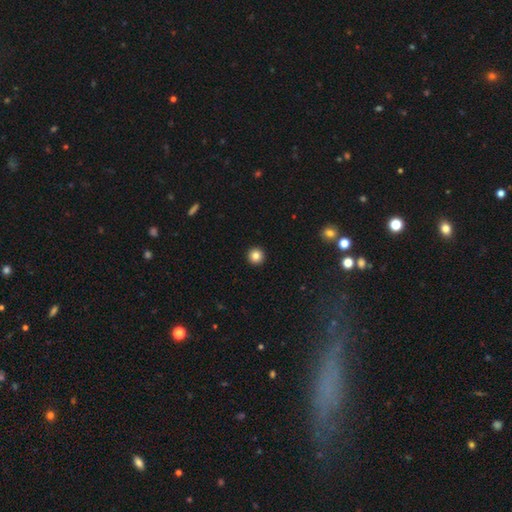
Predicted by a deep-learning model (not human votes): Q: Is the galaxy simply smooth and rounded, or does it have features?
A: smooth — 84%.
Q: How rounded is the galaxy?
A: round — 96%.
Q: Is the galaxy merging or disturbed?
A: none — 94%.